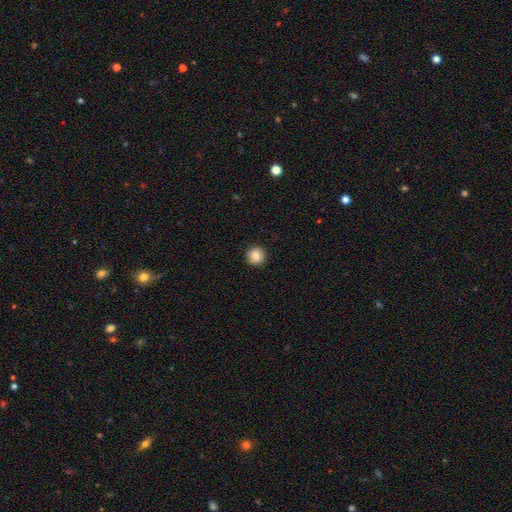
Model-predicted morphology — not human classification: type=smooth (84%); roundness=round (95%); merging=none (92%).